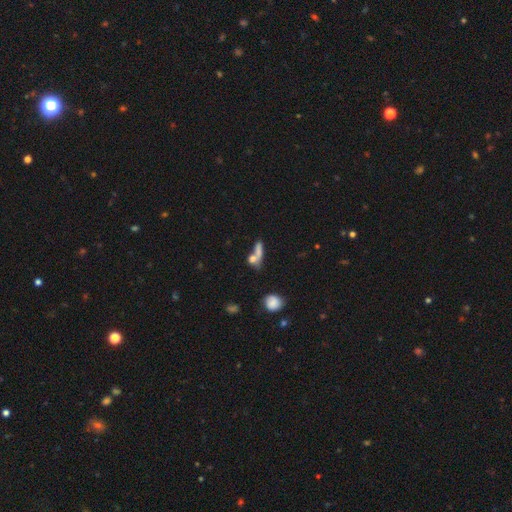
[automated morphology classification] A smooth galaxy with no disk features (65%) that is in between round and cigar-shaped (37%, tied with cigar-shaped). Merging: merger (45%).